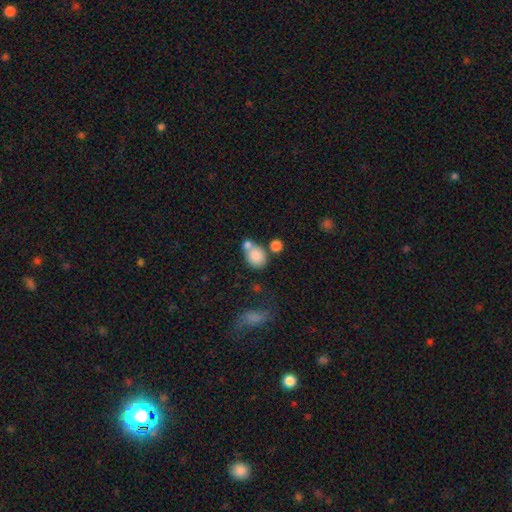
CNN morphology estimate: smooth 82%, featured or disk 9%, star or artifact 9%. Down the decision tree: how rounded — round (58%); merging — none (45%).